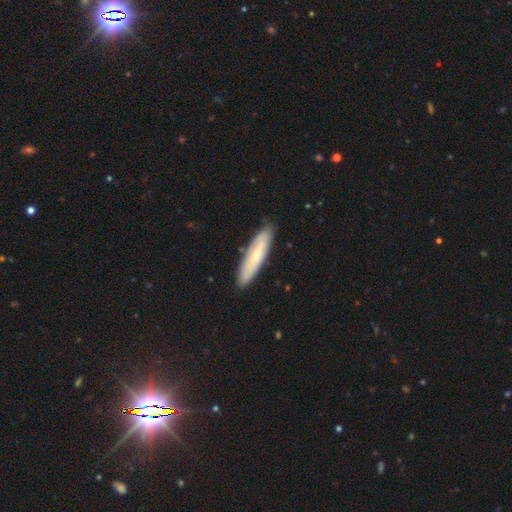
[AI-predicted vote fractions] This is possibly a smooth galaxy (53%). How rounded: likely cigar-shaped (76%). Merging: clearly none (86%).